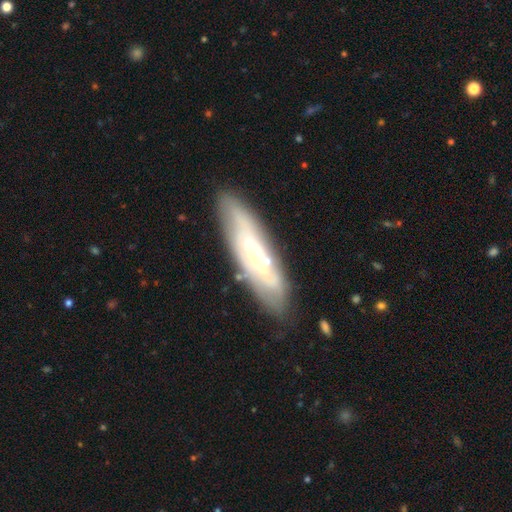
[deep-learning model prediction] smooth_or_featured: featured or disk (p=0.67) [alt: smooth p=0.27]
disk_edge_on: no (p=0.72) [alt: yes p=0.28]
merging: none (p=0.76) [alt: minor disturbance p=0.16]